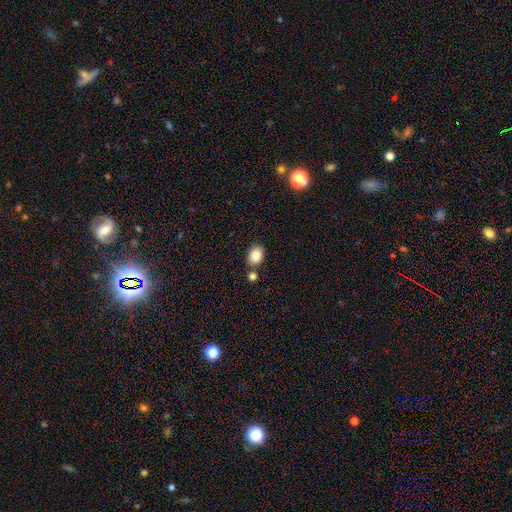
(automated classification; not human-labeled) A smooth galaxy with no disk features (87%) that is in between round and cigar-shaped (68%).

Vote fractions:
- Smooth or featured? smooth: 87% / star or artifact: 9% / featured or disk: 5%
- How rounded? in between: 68% / round: 31% / cigar-shaped: 1%
- Merging? none: 72% / merger: 14% / minor disturbance: 12% / major disturbance: 3%